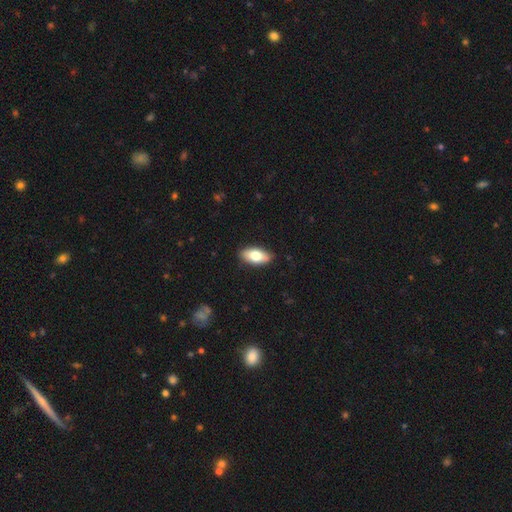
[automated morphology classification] Smooth or featured? smooth (75%)
How rounded? in between (89%)
Merging? none (87%)